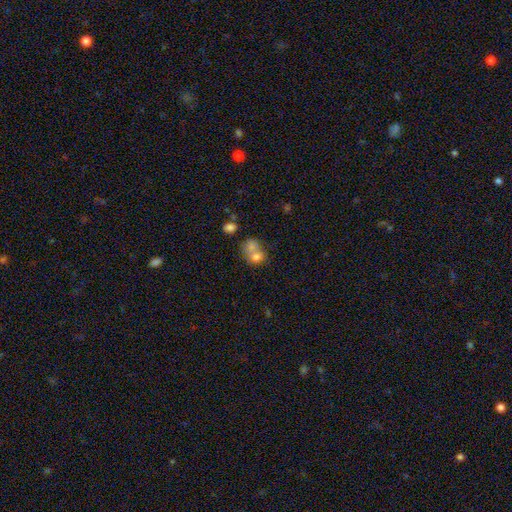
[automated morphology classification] smooth-or-featured: smooth: 66% | featured or disk: 21% | star or artifact: 13%
  how-rounded: round: 54% | in between: 45% | cigar-shaped: 1%
  merging: merger: 61% | none: 23% | minor disturbance: 9% | major disturbance: 7%